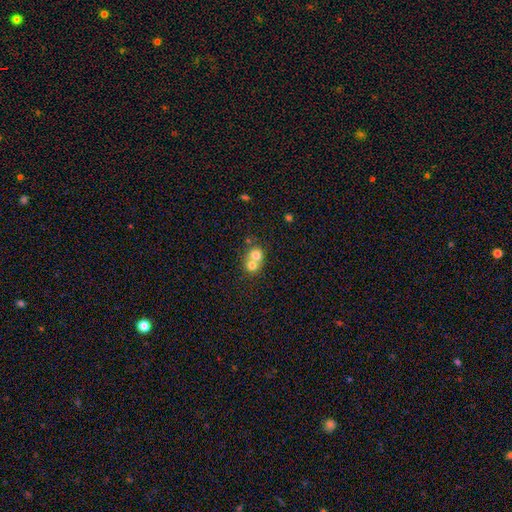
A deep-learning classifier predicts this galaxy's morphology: Q: Smooth or featured?
A: smooth (71%); runner-up: featured or disk (18%)
Q: How rounded?
A: round (80%); runner-up: in between (19%)
Q: Merging?
A: merger (68%); runner-up: none (26%)